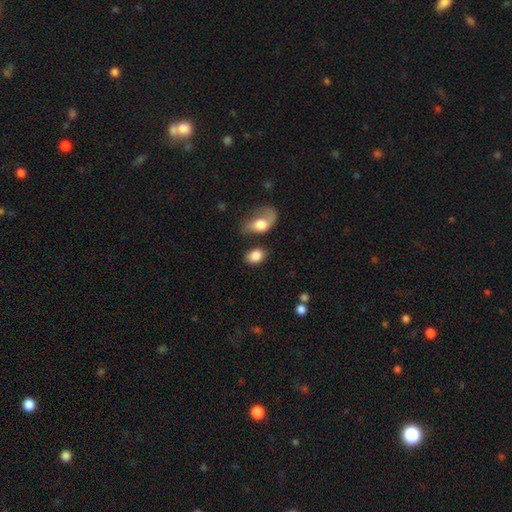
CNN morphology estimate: Smooth or featured? Predicted: smooth (p=0.82). How rounded? Predicted: in between (p=0.75). Merging? Predicted: none (p=0.56).